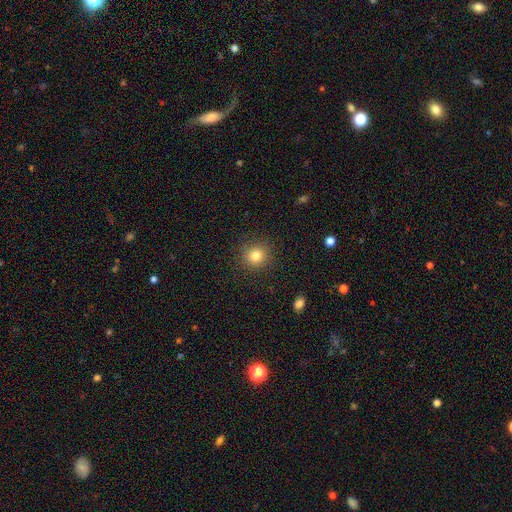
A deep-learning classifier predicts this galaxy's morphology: Smooth or featured? smooth (81%)
How rounded? round (91%)
Merging? none (90%)